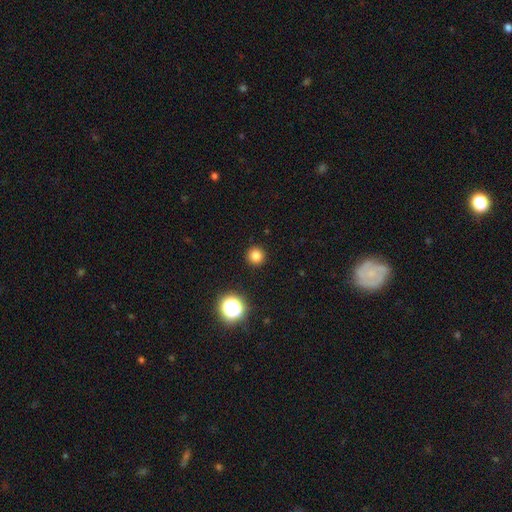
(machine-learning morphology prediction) smooth 80%, star or artifact 15%, featured or disk 5%. Down the decision tree: how rounded — round (95%); merging — none (93%).